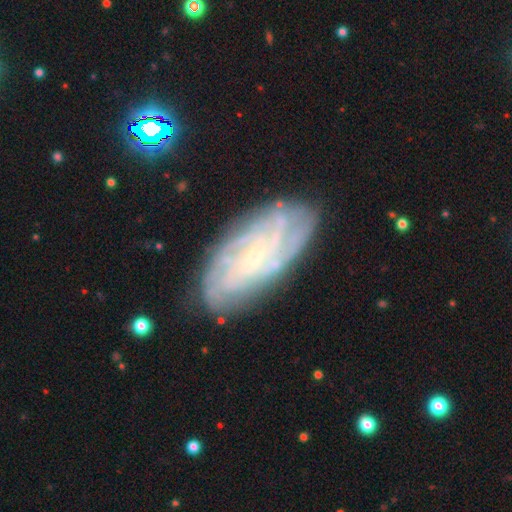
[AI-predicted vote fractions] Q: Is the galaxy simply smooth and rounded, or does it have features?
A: featured or disk — 73%.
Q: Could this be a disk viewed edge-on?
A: no — 92%.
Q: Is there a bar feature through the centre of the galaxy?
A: weak — 42%, tied with no.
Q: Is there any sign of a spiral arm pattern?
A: yes — 88%.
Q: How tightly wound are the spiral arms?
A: tight — 67%.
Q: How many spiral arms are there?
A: can't tell — 54%.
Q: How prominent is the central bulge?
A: small — 65%.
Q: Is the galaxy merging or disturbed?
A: none — 79%.